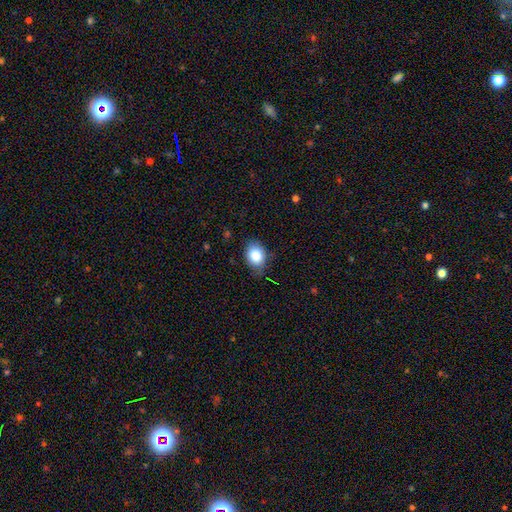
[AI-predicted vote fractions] Morphology: type=smooth (86%); roundness=in between (67%); merging=none (73%).